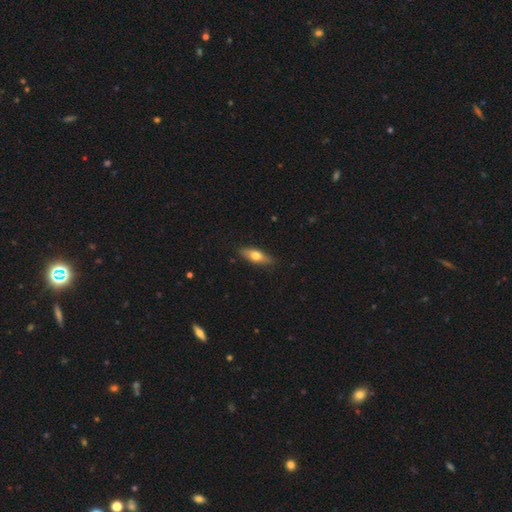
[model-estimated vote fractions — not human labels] Smooth or featured: smooth — 65% (featured or disk — 30%)
How rounded: in between — 60% (cigar-shaped — 36%)
Merging: none — 87% (minor disturbance — 10%)